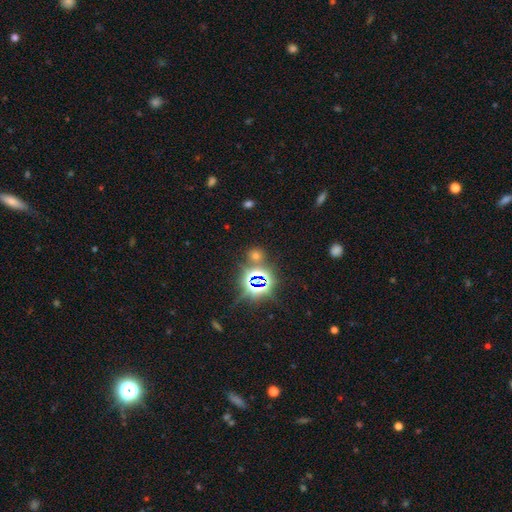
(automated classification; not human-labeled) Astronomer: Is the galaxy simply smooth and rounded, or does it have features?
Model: star or artifact — 48% (runner-up: smooth, 45%).